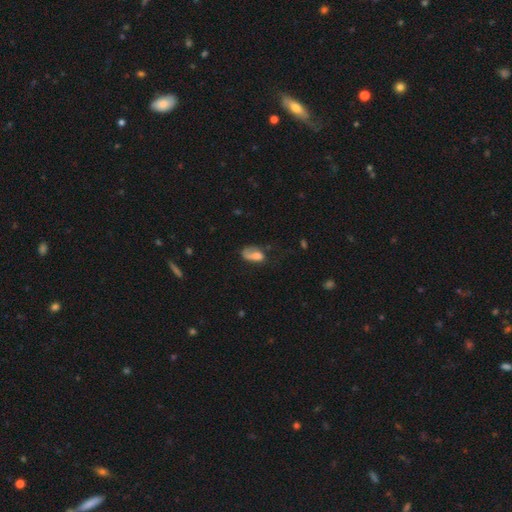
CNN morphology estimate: type=smooth (61%); roundness=in between (88%); merging=major disturbance (36%).